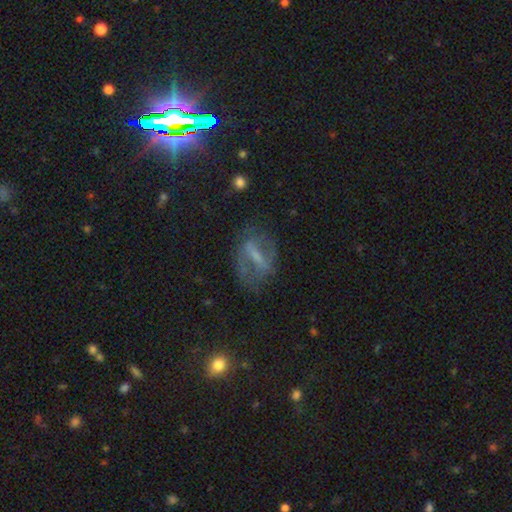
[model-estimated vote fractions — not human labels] Smooth or featured?
  - featured or disk: 60% *
  - smooth: 25%
  - star or artifact: 15%
Edge-on disk?
  - no: 86% *
  - yes: 14%
Bar?
  - strong: 56% *
  - weak: 29%
  - no: 15%
Spiral arms?
  - yes: 52% *
  - no: 48%
Bulge size?
  - small: 41% *
  - none: 27%
  - moderate: 26%
  - large: 5%
  - dominant: 2%
Merging?
  - none: 64% *
  - minor disturbance: 18%
  - major disturbance: 15%
  - merger: 2%